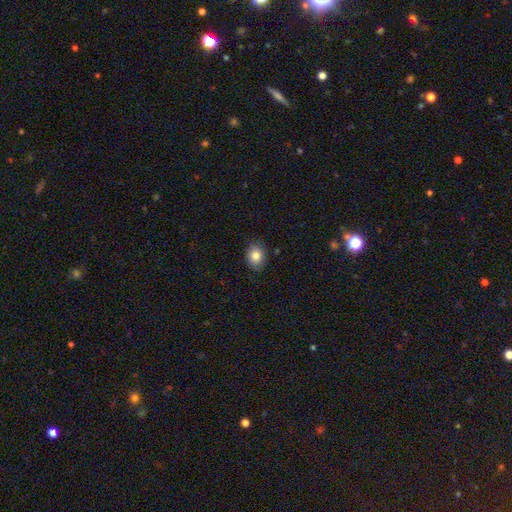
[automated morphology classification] smooth-or-featured: smooth: 81% | featured or disk: 10% | star or artifact: 9%
  how-rounded: in between: 65% | round: 34% | cigar-shaped: 1%
  merging: none: 83% | minor disturbance: 13% | major disturbance: 2% | merger: 1%